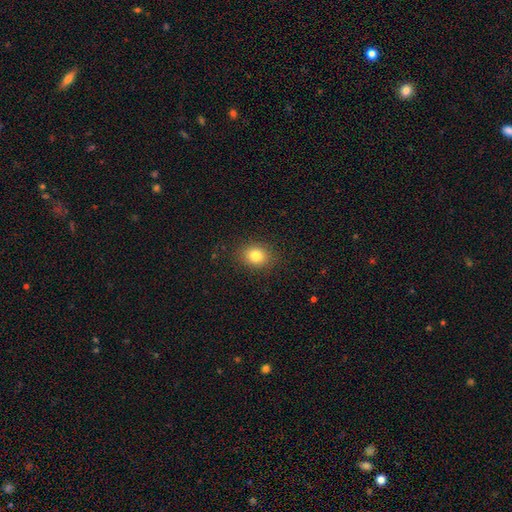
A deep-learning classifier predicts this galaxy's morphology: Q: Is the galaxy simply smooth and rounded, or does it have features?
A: smooth — 82%.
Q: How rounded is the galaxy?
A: round — 56%.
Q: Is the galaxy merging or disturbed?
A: none — 88%.